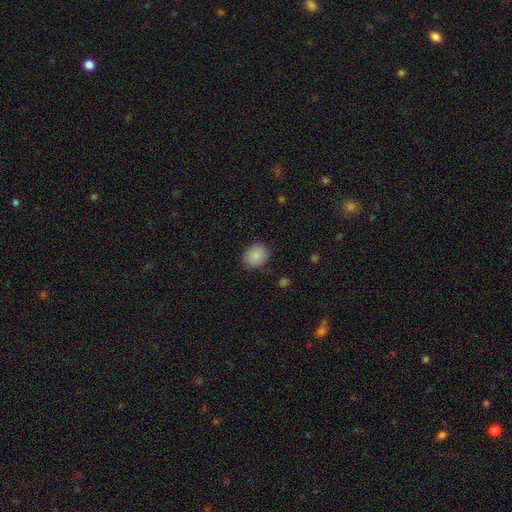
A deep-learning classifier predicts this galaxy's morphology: Smooth or featured? smooth (87%)
How rounded? round (67%)
Merging? none (84%)